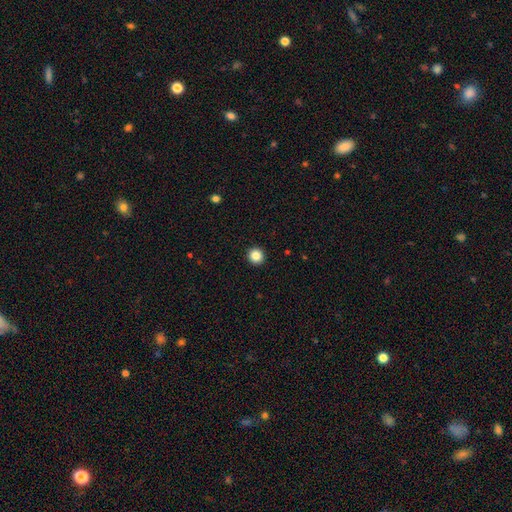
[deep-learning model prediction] smooth-or-featured: smooth: 85% | star or artifact: 11% | featured or disk: 4%
  how-rounded: round: 95% | in between: 4% | cigar-shaped: 1%
  merging: none: 94% | minor disturbance: 4% | major disturbance: 1% | merger: 1%